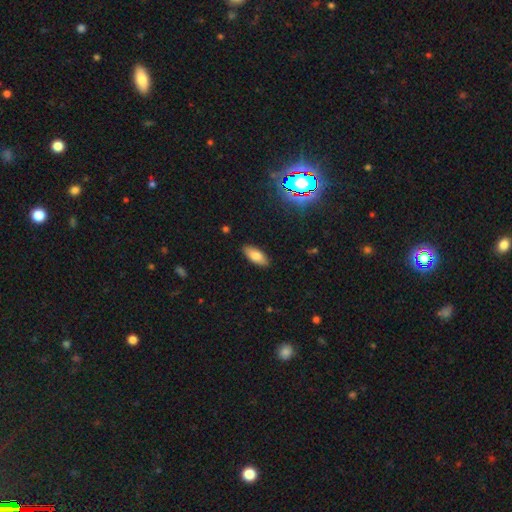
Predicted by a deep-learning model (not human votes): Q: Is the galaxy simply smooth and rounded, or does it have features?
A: smooth — 80%.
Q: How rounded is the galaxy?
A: in between — 84%.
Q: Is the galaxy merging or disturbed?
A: none — 87%.